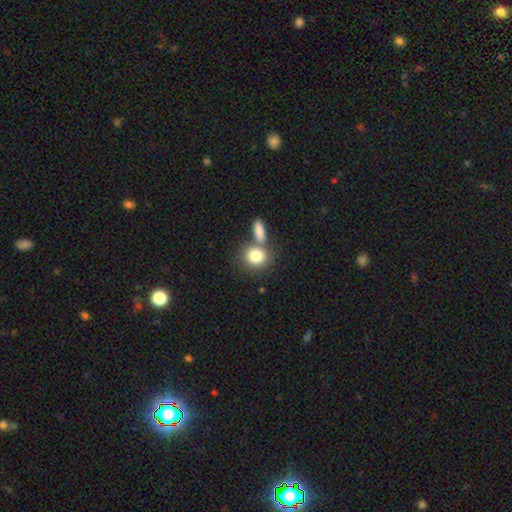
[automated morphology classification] smooth-or-featured: smooth: 82% | featured or disk: 9% | star or artifact: 8%
  how-rounded: round: 72% | in between: 27% | cigar-shaped: 2%
  merging: none: 52% | merger: 35% | minor disturbance: 9% | major disturbance: 4%